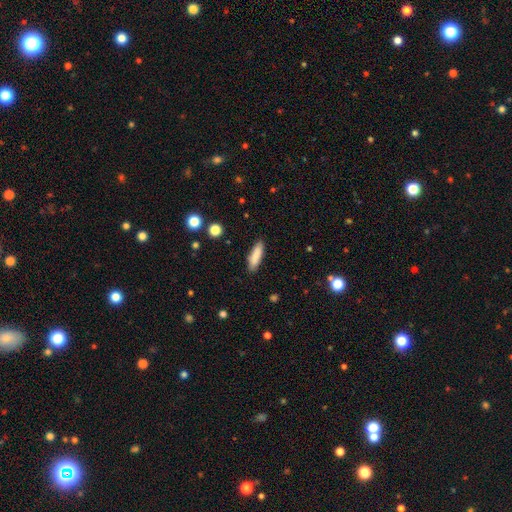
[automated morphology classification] The model was most divided on "how rounded": cigar-shaped: 64%, in between: 34%, round: 2%. More confident: merging — none (87%); smooth or featured — smooth (85%).